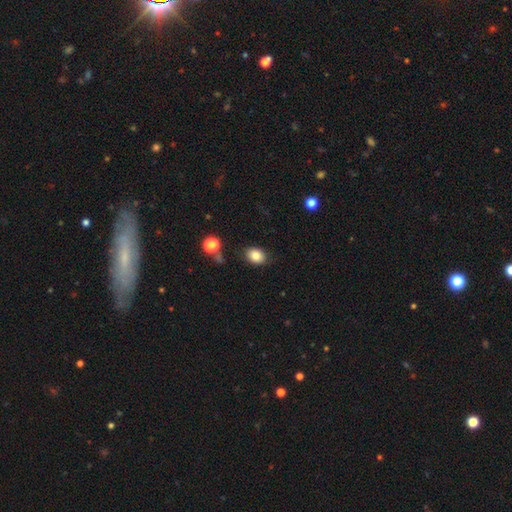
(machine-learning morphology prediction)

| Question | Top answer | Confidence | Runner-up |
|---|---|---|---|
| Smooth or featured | smooth | 83% | star or artifact (10%) |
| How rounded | in between | 63% | round (36%) |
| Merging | none | 82% | minor disturbance (12%) |